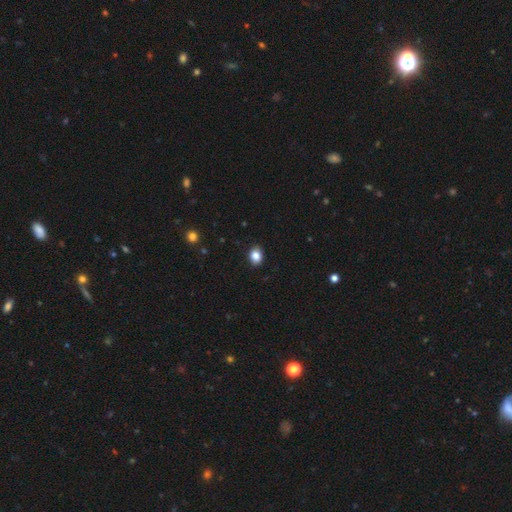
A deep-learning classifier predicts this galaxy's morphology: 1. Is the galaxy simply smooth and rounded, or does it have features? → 86% smooth, 10% star or artifact, 4% featured or disk.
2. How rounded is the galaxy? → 57% in between, 42% round, 1% cigar-shaped.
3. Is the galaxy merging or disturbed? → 89% none, 8% minor disturbance, 2% major disturbance, 1% merger.